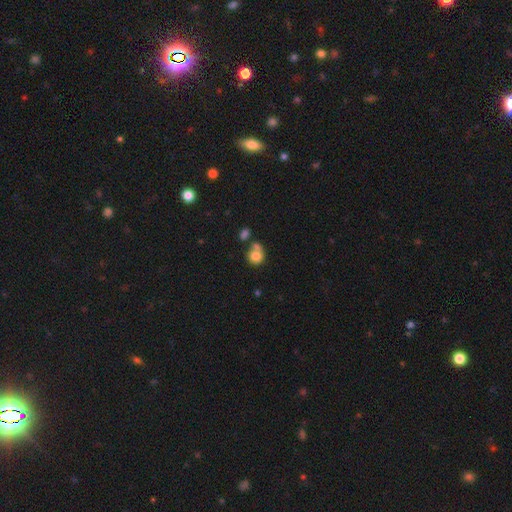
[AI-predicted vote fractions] smooth 79%, featured or disk 11%, star or artifact 10%. Down the decision tree: how rounded — round (79%); merging — none (42%).